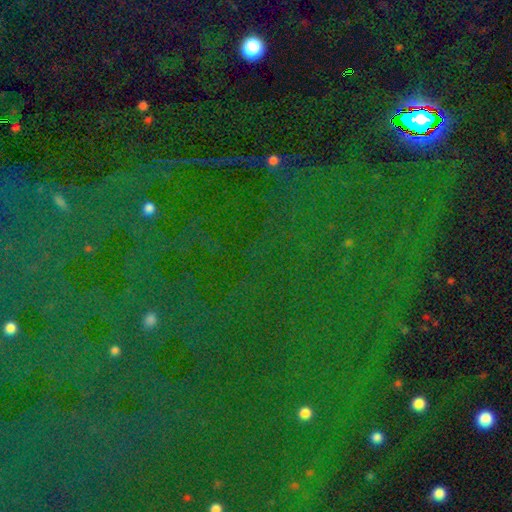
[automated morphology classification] type=star or artifact (83%).